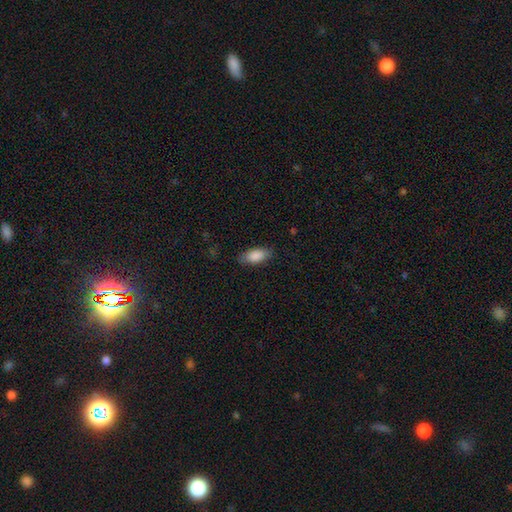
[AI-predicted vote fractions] Smooth or featured: smooth — 88% (star or artifact — 6%)
How rounded: in between — 89% (cigar-shaped — 9%)
Merging: none — 83% (minor disturbance — 12%)